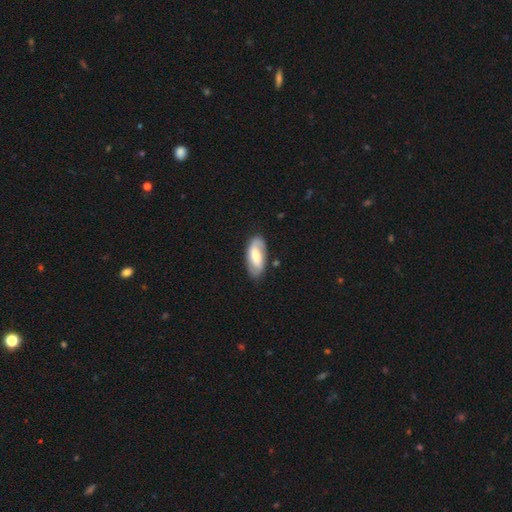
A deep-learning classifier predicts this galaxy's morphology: The model was most divided on "bar": weak: 41%, no: 33%, strong: 26%. More confident: edge-on disk — no (93%); spiral arms — yes (84%); merging — none (81%); smooth or featured — featured or disk (59%); bulge size — moderate (55%).